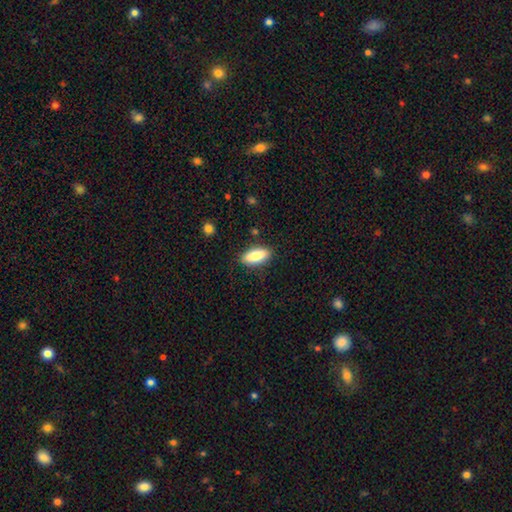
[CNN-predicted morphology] smooth_or_featured: smooth (p=0.84) [alt: featured or disk p=0.10]
how_rounded: in between (p=0.78) [alt: cigar-shaped p=0.20]
merging: none (p=0.86) [alt: minor disturbance p=0.10]